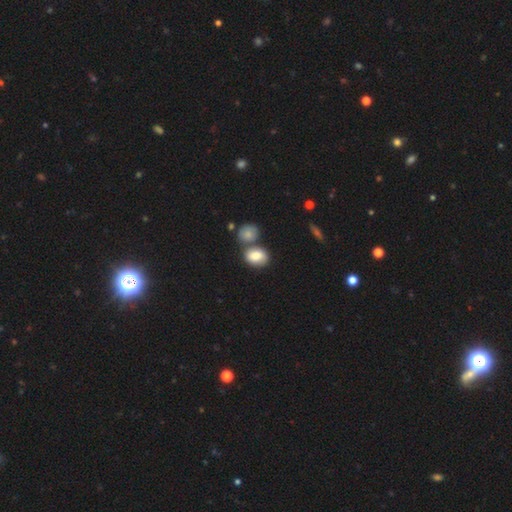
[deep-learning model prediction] Smooth or featured?
  - smooth: 81% *
  - featured or disk: 11%
  - star or artifact: 8%
How rounded?
  - in between: 73% *
  - round: 25%
  - cigar-shaped: 1%
Merging?
  - none: 50% *
  - merger: 33%
  - minor disturbance: 13%
  - major disturbance: 4%